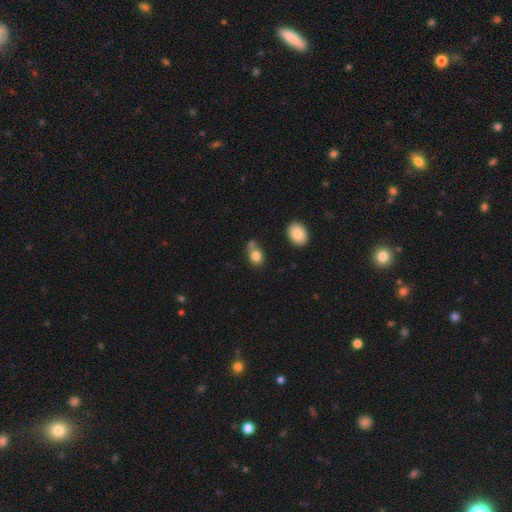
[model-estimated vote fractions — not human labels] A smooth galaxy with no disk features (81%) that is in between round and cigar-shaped (51%).

Vote fractions:
- Smooth or featured? smooth: 81% / star or artifact: 10% / featured or disk: 8%
- How rounded? in between: 51% / round: 48% / cigar-shaped: 2%
- Merging? none: 44% / merger: 28% / minor disturbance: 19% / major disturbance: 9%